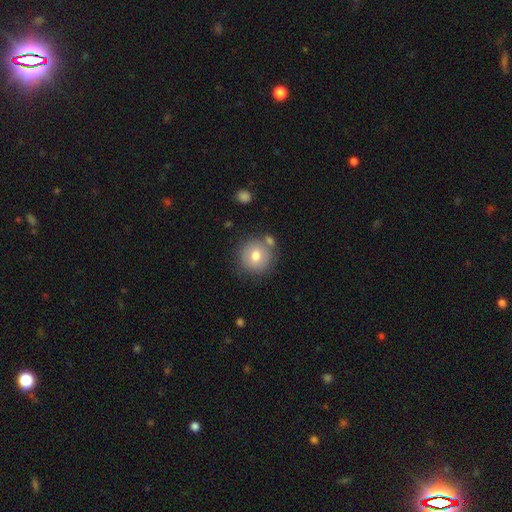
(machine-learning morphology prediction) A smooth galaxy with no disk features (74%) that is round (92%).

Vote fractions:
- Smooth or featured? smooth: 74% / featured or disk: 17% / star or artifact: 9%
- How rounded? round: 92% / in between: 7% / cigar-shaped: 1%
- Merging? none: 73% / merger: 12% / minor disturbance: 12% / major disturbance: 4%